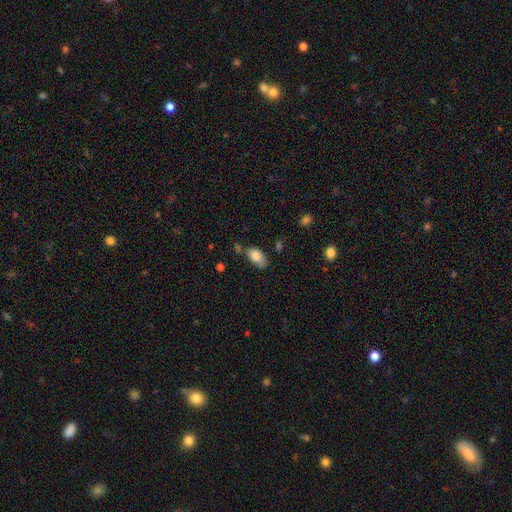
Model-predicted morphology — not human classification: smooth-or-featured: smooth: 81% | featured or disk: 12% | star or artifact: 7%
  how-rounded: in between: 92% | round: 6% | cigar-shaped: 2%
  merging: none: 54% | minor disturbance: 29% | merger: 10% | major disturbance: 8%